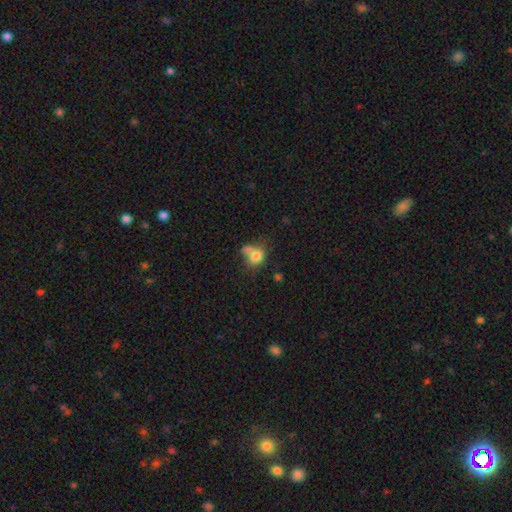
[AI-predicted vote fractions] smooth-or-featured: smooth: 75% | featured or disk: 14% | star or artifact: 11%
  how-rounded: round: 55% | in between: 43% | cigar-shaped: 1%
  merging: none: 33% | merger: 32% | minor disturbance: 21% | major disturbance: 15%